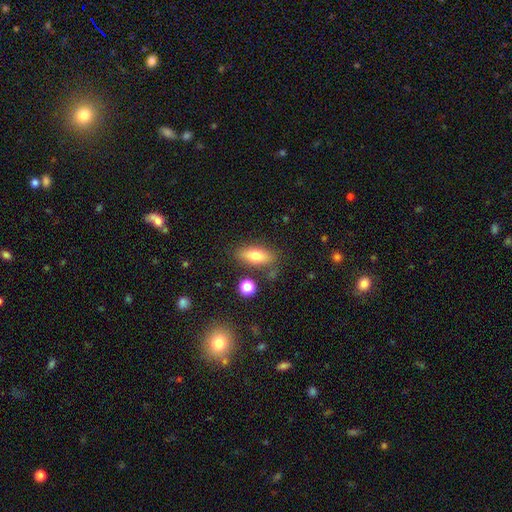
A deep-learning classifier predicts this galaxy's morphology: The model was most divided on "smooth or featured": smooth: 72%, featured or disk: 19%, star or artifact: 9%. More confident: merging — none (78%); how rounded — in between (75%).